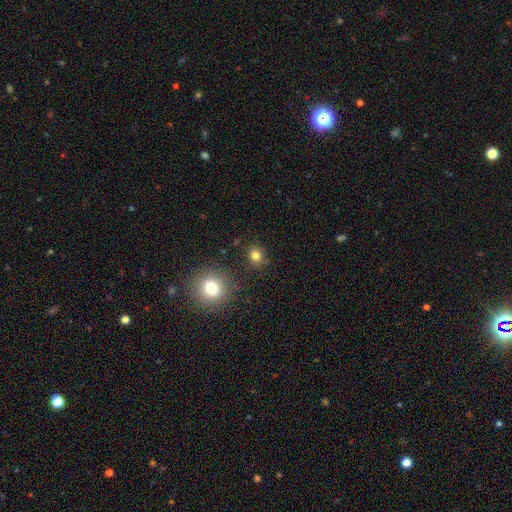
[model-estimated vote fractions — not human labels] Morphology: type=smooth (79%); roundness=round (78%); merging=none (84%).